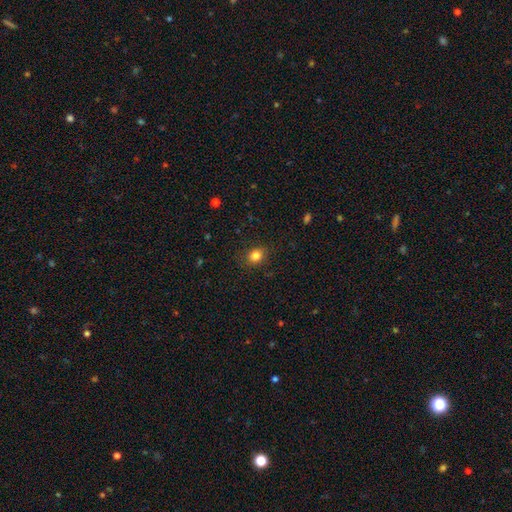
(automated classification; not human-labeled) The model was most divided on "how rounded": round: 56%, in between: 43%, cigar-shaped: 1%. More confident: merging — none (85%); smooth or featured — smooth (83%).